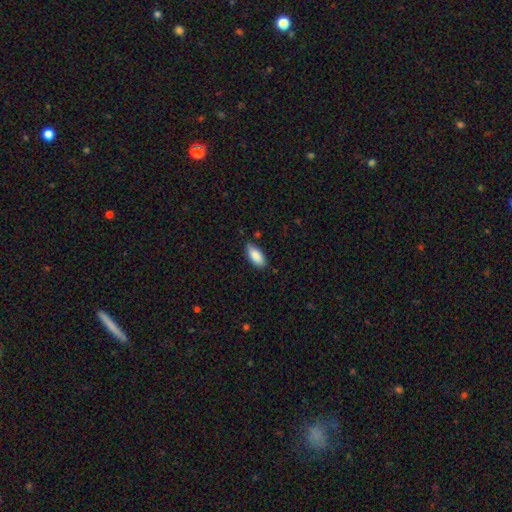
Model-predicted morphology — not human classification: smooth 87%, featured or disk 7%, star or artifact 6%. Down the decision tree: how rounded — in between (88%); merging — none (81%).